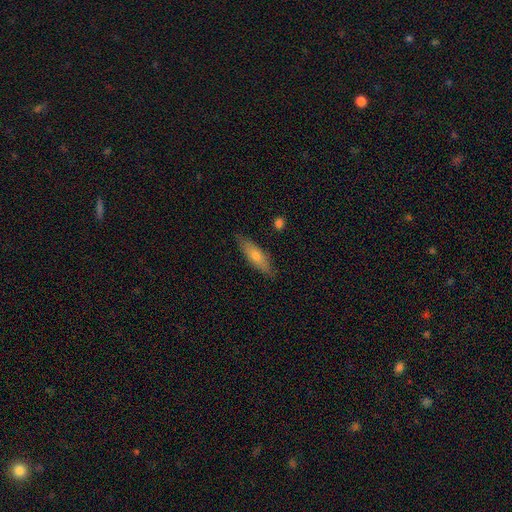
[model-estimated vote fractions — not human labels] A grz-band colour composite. It shows a smooth galaxy with no disk features (58%) that is cigar-shaped (62%). Merging: none (84%).